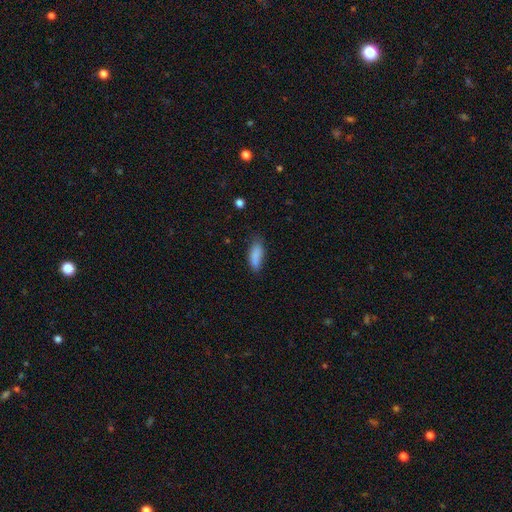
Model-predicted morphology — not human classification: type=smooth (86%); roundness=in between (70%); merging=none (68%).